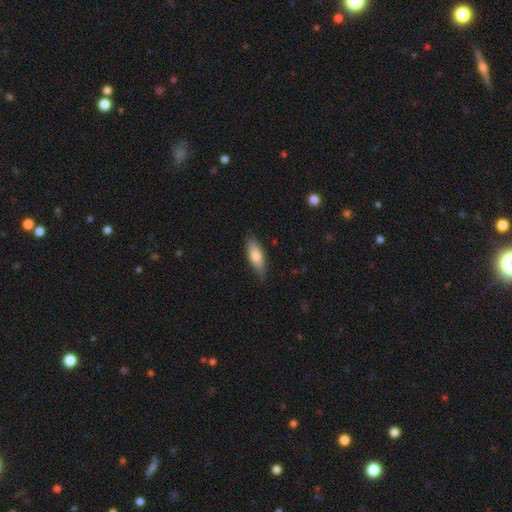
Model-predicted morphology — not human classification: A smooth galaxy with no disk features (73%) that is in between round and cigar-shaped (60%). Merging: none (77%).